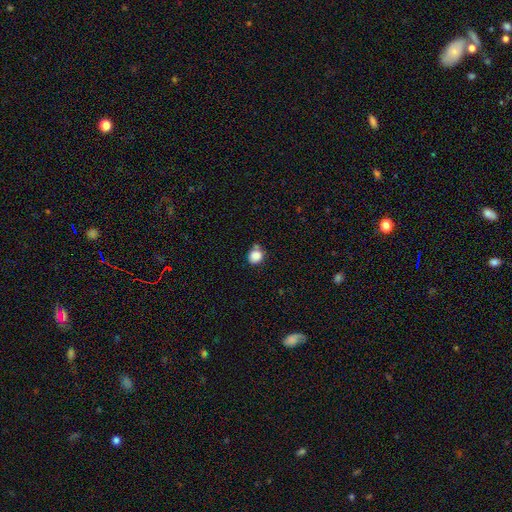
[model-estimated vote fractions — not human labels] Smooth or featured?
  - smooth: 85% *
  - star or artifact: 11%
  - featured or disk: 4%
How rounded?
  - round: 79% *
  - in between: 20%
  - cigar-shaped: 1%
Merging?
  - none: 65% *
  - minor disturbance: 17%
  - merger: 13%
  - major disturbance: 4%